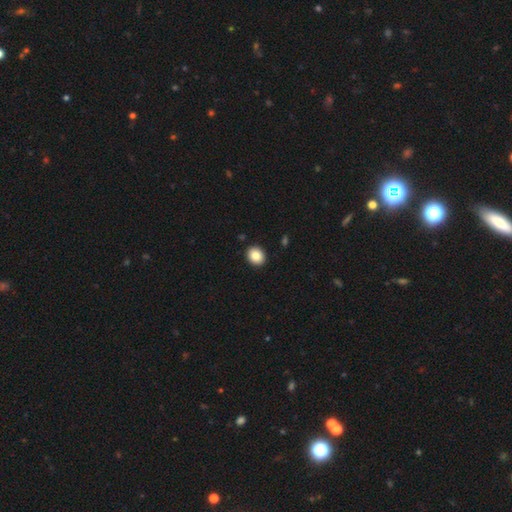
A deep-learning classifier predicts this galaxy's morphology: This appears to be a smooth galaxy with no disk features (86%) that is round (68%). Merging: none (92%).